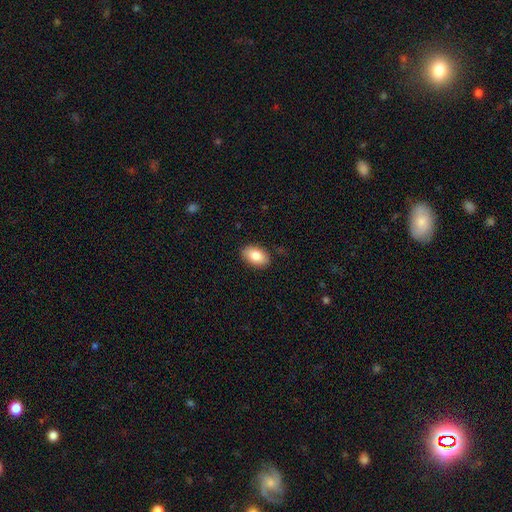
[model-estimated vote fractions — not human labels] Morphology: type=smooth (84%); roundness=in between (91%); merging=none (87%).